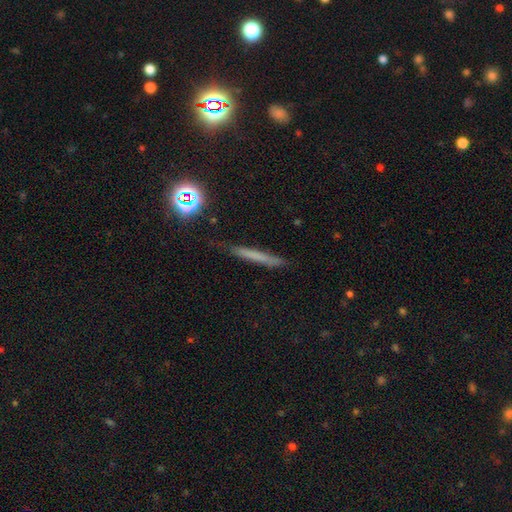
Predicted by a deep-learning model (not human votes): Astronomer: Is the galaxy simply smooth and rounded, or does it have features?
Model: smooth — 56%.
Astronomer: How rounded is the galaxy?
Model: cigar-shaped — 94%.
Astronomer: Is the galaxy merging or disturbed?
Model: none — 81%.